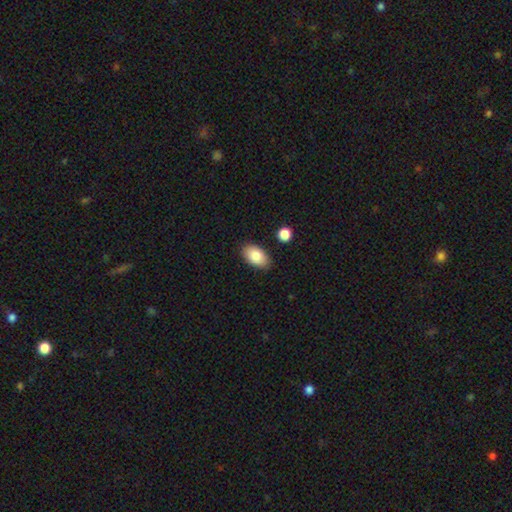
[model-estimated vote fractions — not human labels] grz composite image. It shows a smooth galaxy with no disk features (84%) that is in between round and cigar-shaped (93%). Merging: none (84%).